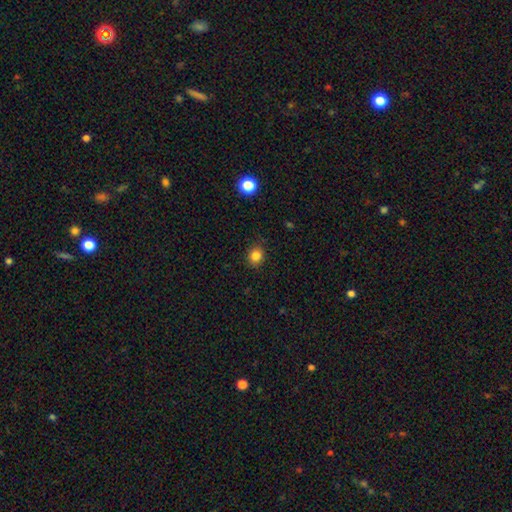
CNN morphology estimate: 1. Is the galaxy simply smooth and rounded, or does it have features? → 84% smooth, 11% star or artifact, 5% featured or disk.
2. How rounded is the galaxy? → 73% round, 26% in between, 1% cigar-shaped.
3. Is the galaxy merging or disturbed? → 87% none, 10% minor disturbance, 2% major disturbance, 1% merger.